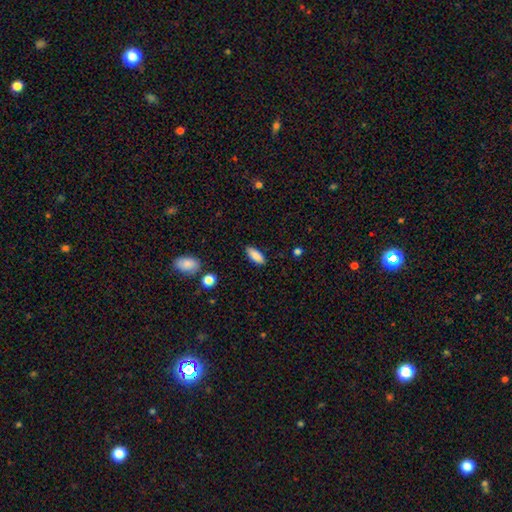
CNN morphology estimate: This appears to be a smooth galaxy with no disk features (87%) that is in between round and cigar-shaped (79%). Merging: none (85%).